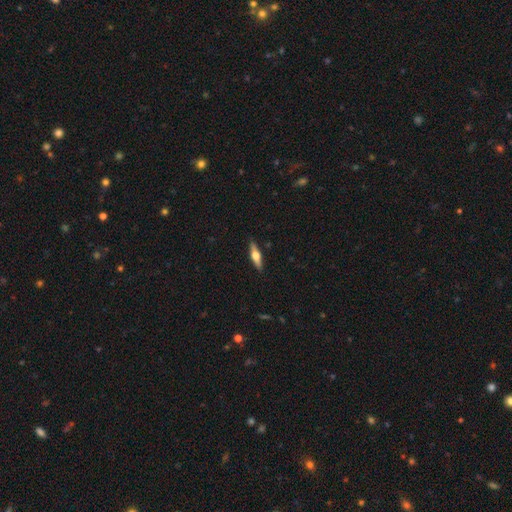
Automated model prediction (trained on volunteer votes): A featured or disk galaxy (58%) viewed edge-on (95%) with a rounded central bulge (94%). Merging: none (90%).